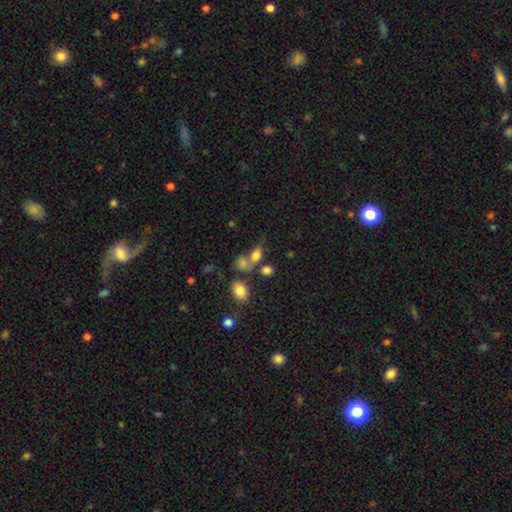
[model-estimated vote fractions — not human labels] This is likely a smooth galaxy (77%). How rounded: likely in between (71%). Merging: marginally none (38%, tied with merger).